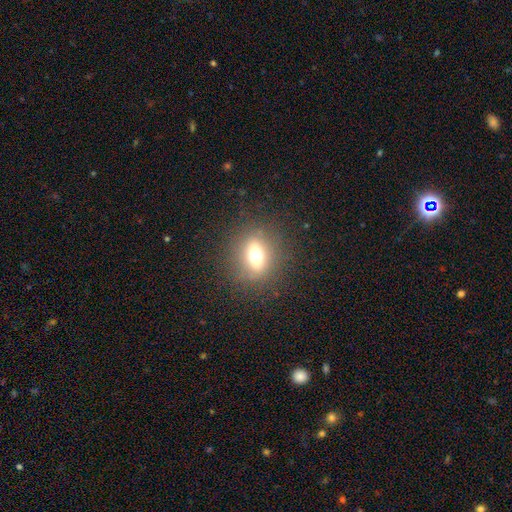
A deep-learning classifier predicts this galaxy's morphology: A smooth galaxy with no disk features (57%) that is round (54%).

Vote fractions:
- Smooth or featured? smooth: 57% / featured or disk: 27% / star or artifact: 17%
- How rounded? round: 54% / in between: 42% / cigar-shaped: 4%
- Merging? none: 83% / minor disturbance: 10% / major disturbance: 5% / merger: 1%